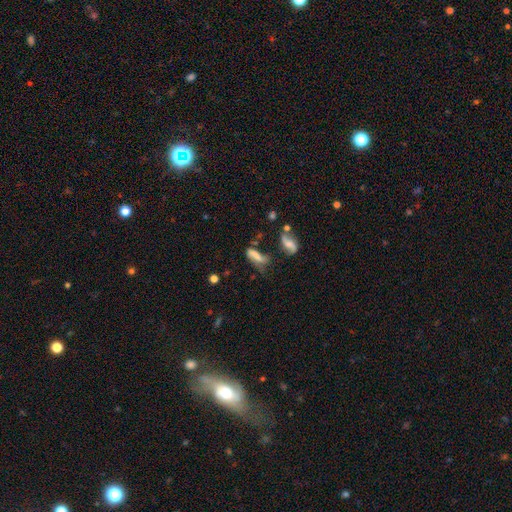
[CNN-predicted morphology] Q: Smooth or featured?
A: smooth (56%); runner-up: featured or disk (32%)
Q: How rounded?
A: in between (57%); runner-up: cigar-shaped (39%)
Q: Merging?
A: none (33%); runner-up: minor disturbance (26%)